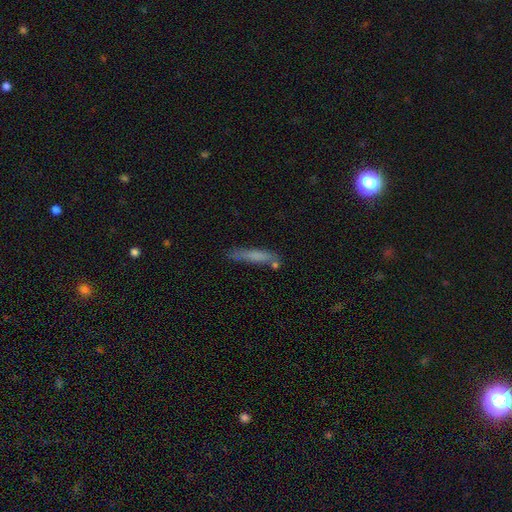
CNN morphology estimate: A smooth galaxy with no disk features (70%) that is cigar-shaped (90%).

Vote fractions:
- Smooth or featured? smooth: 70% / featured or disk: 22% / star or artifact: 8%
- How rounded? cigar-shaped: 90% / in between: 8% / round: 2%
- Merging? none: 71% / minor disturbance: 17% / merger: 7% / major disturbance: 5%